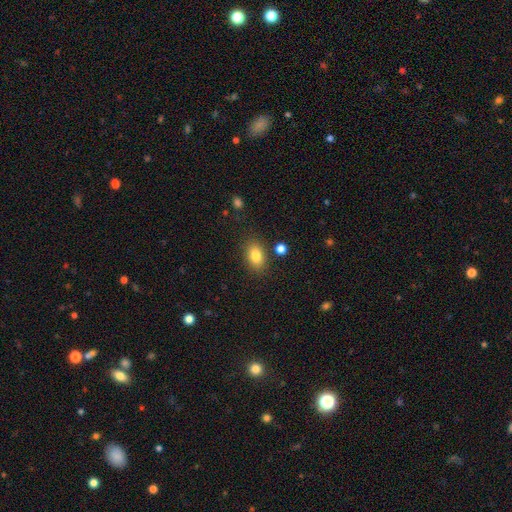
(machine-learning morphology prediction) Overall: smooth (83%). How rounded: in between (83%). Merging: none (82%).